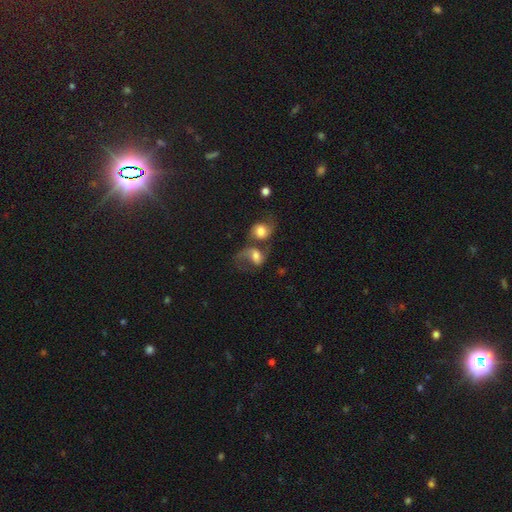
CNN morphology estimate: smooth 45% (tied), featured or disk 45% (tied), star or artifact 10%. Down the decision tree: merging — merger (66%).